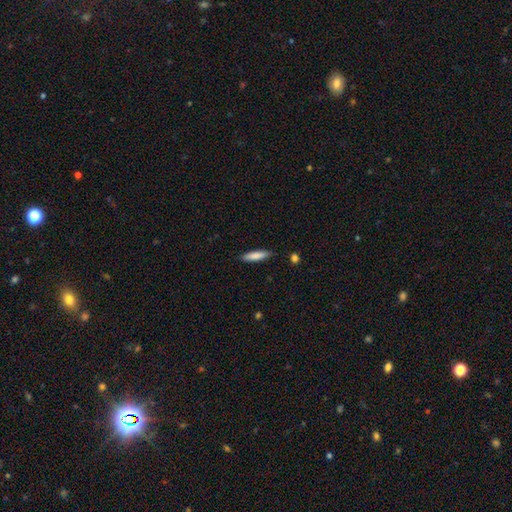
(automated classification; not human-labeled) This appears to be a smooth galaxy with no disk features (82%) that is cigar-shaped (79%). Merging: none (88%).